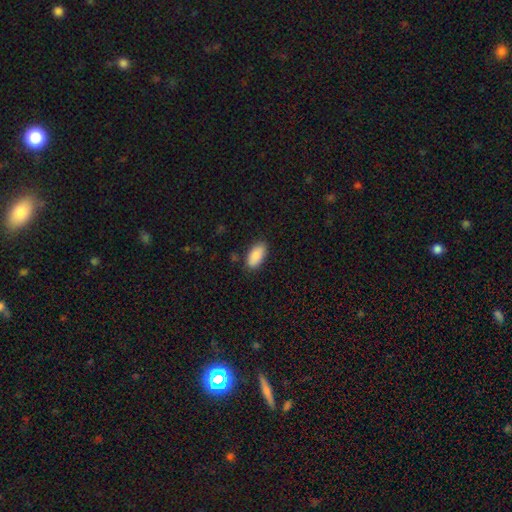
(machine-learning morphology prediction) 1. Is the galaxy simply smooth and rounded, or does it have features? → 86% smooth, 8% featured or disk, 7% star or artifact.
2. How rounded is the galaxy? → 92% in between, 5% cigar-shaped, 3% round.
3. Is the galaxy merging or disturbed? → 84% none, 12% minor disturbance, 2% major disturbance, 2% merger.